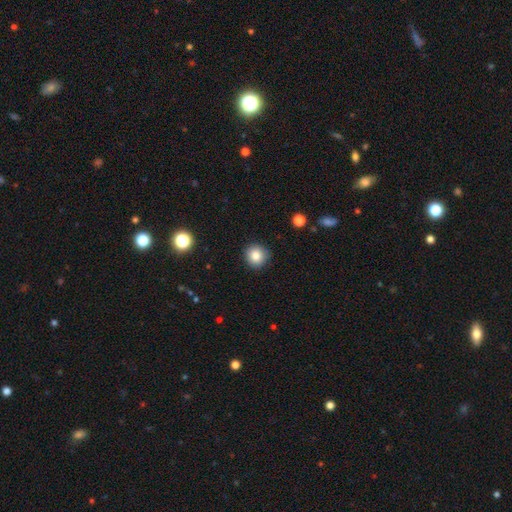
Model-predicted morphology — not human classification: Smooth or featured? Predicted: smooth (p=0.83). How rounded? Predicted: round (p=0.92). Merging? Predicted: none (p=0.89).